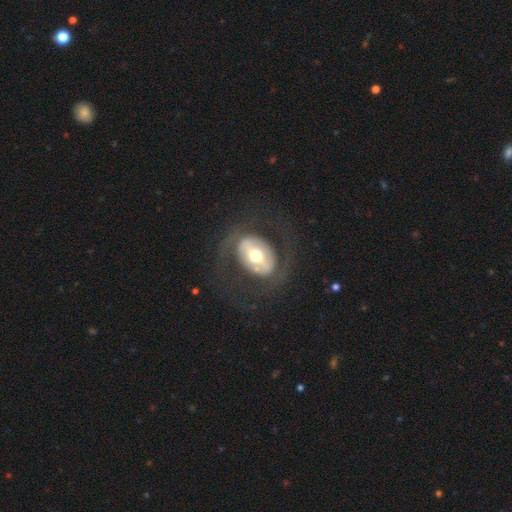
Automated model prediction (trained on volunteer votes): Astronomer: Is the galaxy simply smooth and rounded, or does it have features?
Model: featured or disk — 64%.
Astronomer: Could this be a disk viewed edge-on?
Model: no — 93%.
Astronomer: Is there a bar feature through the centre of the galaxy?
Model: no — 38% (runner-up: strong, 35%).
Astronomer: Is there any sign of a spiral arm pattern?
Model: no — 58% (runner-up: yes, 42%).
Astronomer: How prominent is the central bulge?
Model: moderate — 66%.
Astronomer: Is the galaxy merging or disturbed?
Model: none — 69%.